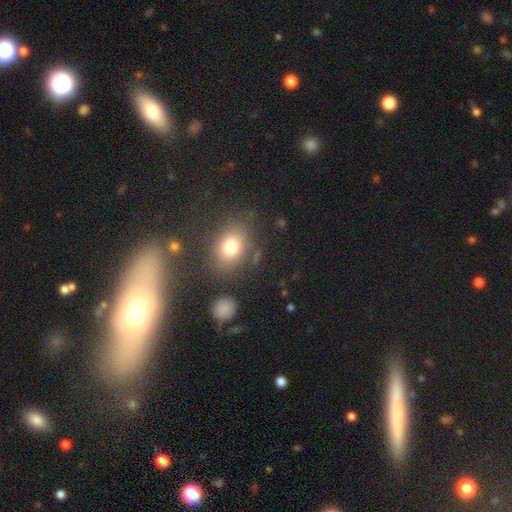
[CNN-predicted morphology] Overall: smooth (63%). How rounded: round (49%; in between 45%). Merging: none (79%).